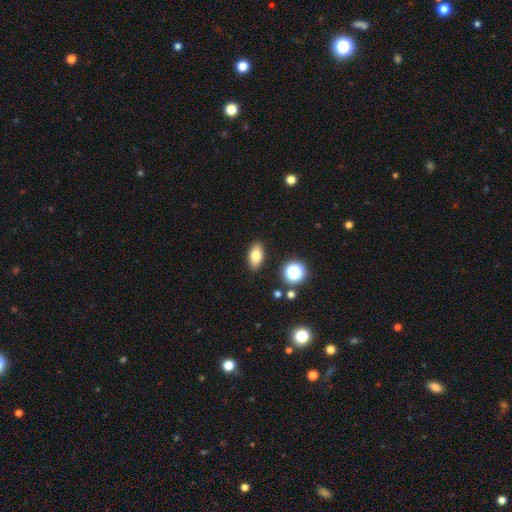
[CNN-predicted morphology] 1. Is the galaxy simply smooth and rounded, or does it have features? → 78% smooth, 12% featured or disk, 11% star or artifact.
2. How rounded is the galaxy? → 88% in between, 8% round, 4% cigar-shaped.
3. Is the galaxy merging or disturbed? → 87% none, 9% minor disturbance, 2% major disturbance, 2% merger.